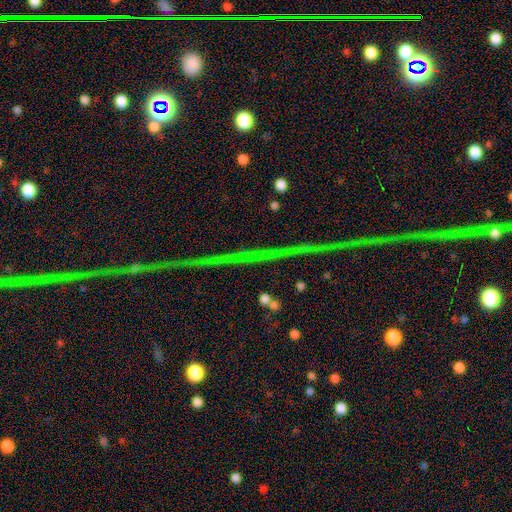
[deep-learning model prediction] A star or artifact, not a galaxy (74%).